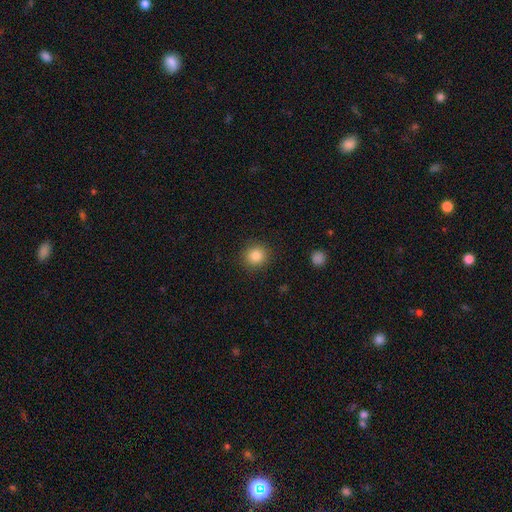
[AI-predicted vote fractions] smooth-or-featured: smooth: 84% | star or artifact: 10% | featured or disk: 5%
  how-rounded: round: 90% | in between: 9% | cigar-shaped: 1%
  merging: none: 90% | minor disturbance: 7% | major disturbance: 2% | merger: 1%